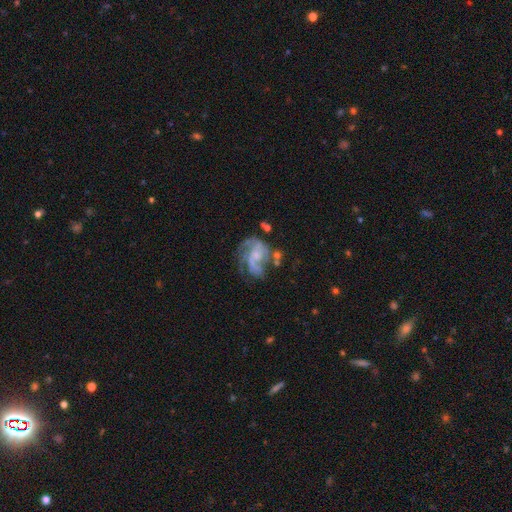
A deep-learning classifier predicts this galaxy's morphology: A featured or disk galaxy (79%) with no bar (63%), 2 (36%) medium (47%) spiral arms (87%) and a small central bulge (48%). Merging: none (43%).